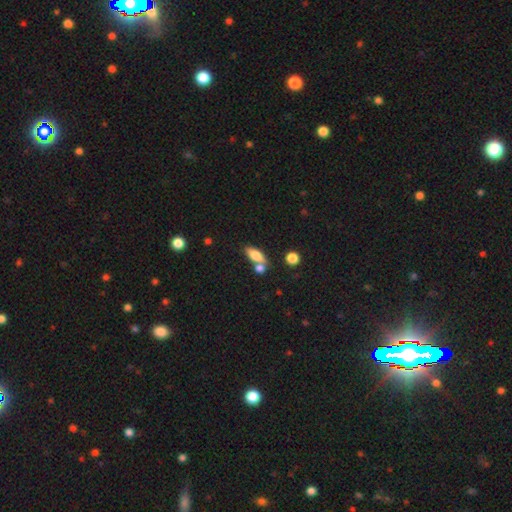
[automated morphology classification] A smooth galaxy with no disk features (73%) that is in between round and cigar-shaped (75%). Merging: none (53%).